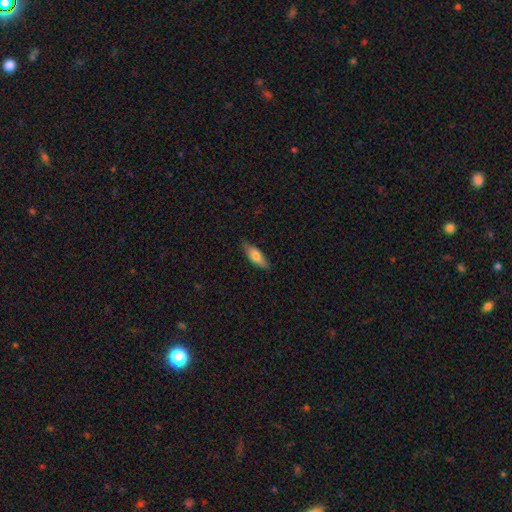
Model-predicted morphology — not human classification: Smooth or featured? smooth (74%)
How rounded? in between (59%)
Merging? none (80%)